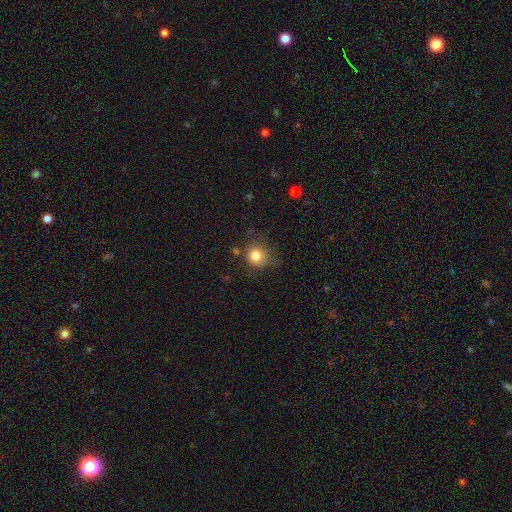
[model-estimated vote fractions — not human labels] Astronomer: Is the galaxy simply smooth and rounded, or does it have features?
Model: smooth — 81%.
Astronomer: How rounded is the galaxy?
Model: round — 85%.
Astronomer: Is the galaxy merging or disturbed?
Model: none — 67%.